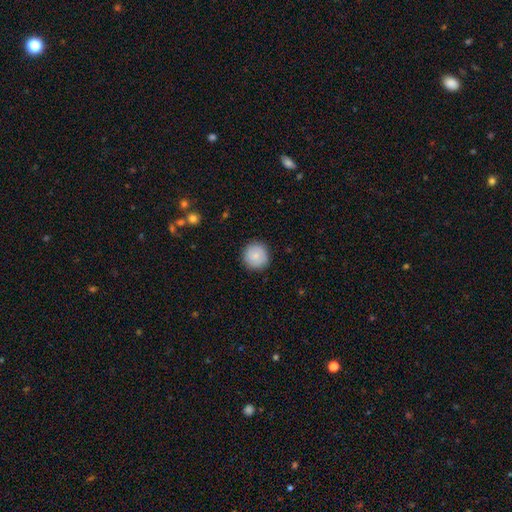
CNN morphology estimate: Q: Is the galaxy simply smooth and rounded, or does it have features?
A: smooth — 80%.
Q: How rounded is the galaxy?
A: round — 94%.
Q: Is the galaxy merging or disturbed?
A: none — 88%.